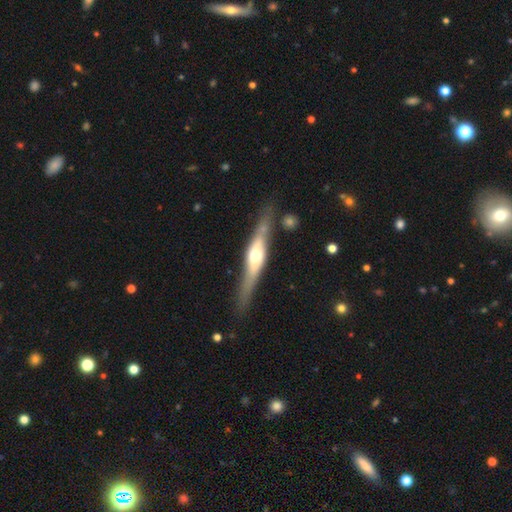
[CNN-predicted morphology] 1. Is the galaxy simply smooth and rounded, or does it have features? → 67% featured or disk, 28% smooth, 5% star or artifact.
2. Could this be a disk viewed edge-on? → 91% yes, 9% no.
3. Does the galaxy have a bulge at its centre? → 88% rounded, 7% boxy, 4% none.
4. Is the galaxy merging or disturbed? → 75% none, 15% minor disturbance, 5% merger, 5% major disturbance.